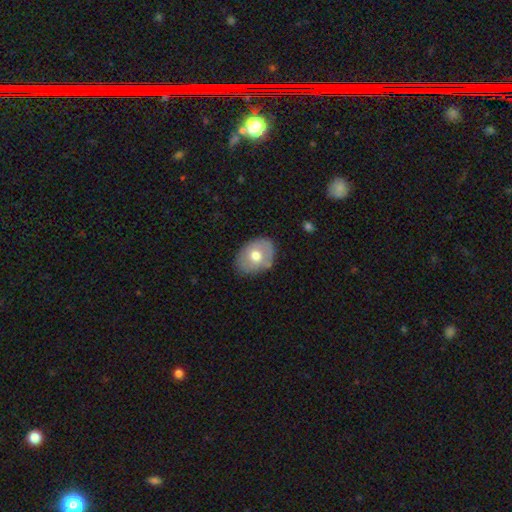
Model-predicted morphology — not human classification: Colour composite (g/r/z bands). It shows a smooth galaxy with no disk features (64%) that is in between round and cigar-shaped (69%). Merging: none (78%).